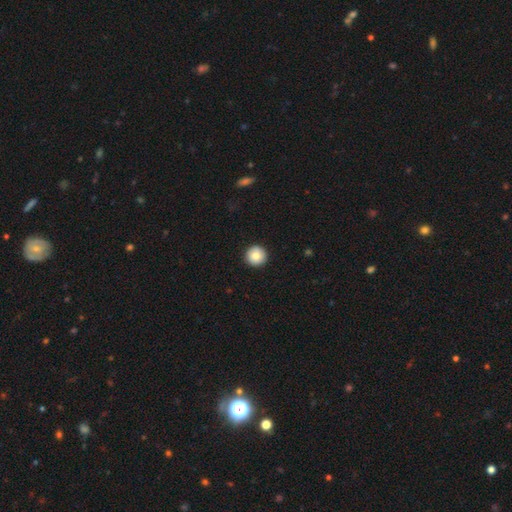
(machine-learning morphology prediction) This appears to be a smooth galaxy with no disk features (85%) that is round (96%). Merging: none (92%).